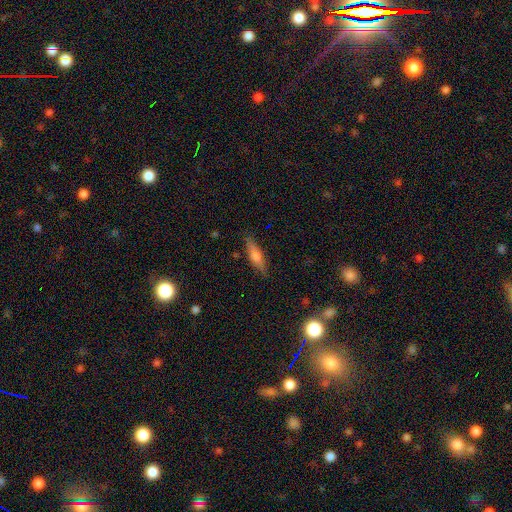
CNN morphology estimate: Smooth or featured: smooth — 63% (featured or disk — 30%)
How rounded: cigar-shaped — 67% (in between — 31%)
Merging: none — 84% (minor disturbance — 12%)